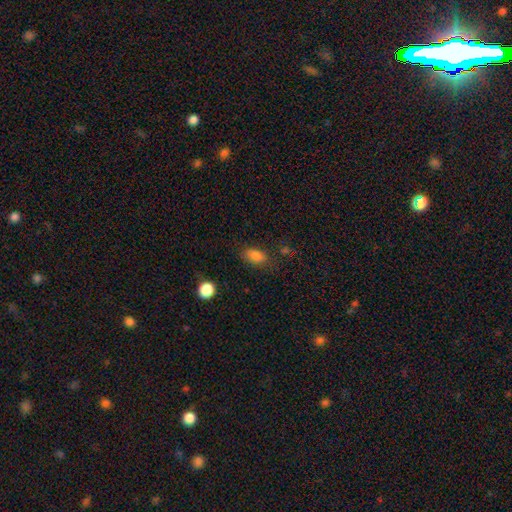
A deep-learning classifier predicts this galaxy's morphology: type=smooth (83%); roundness=in between (88%); merging=none (75%).